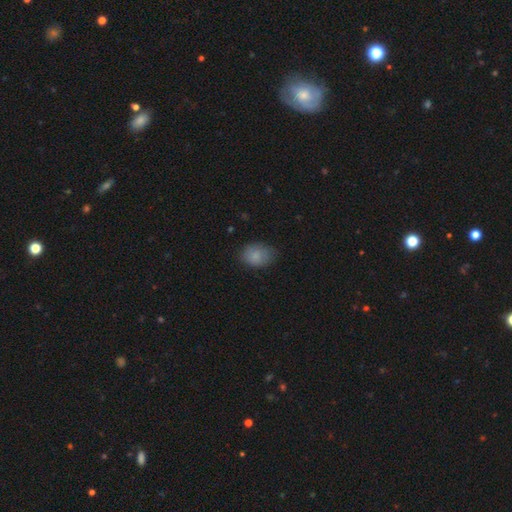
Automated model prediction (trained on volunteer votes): Overall: smooth (85%). How rounded: in between (72%). Merging: none (69%).